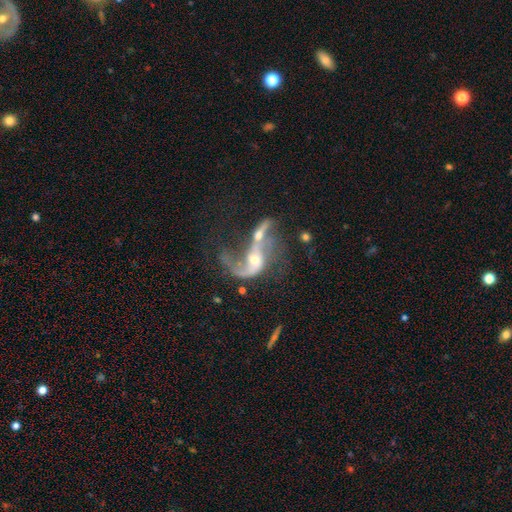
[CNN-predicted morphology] This appears to be a featured or disk galaxy (82%) with no bar (49%), 2 (64%) loose (79%) spiral arms (84%) and a moderate central bulge (52%). Merging: merger (47%).